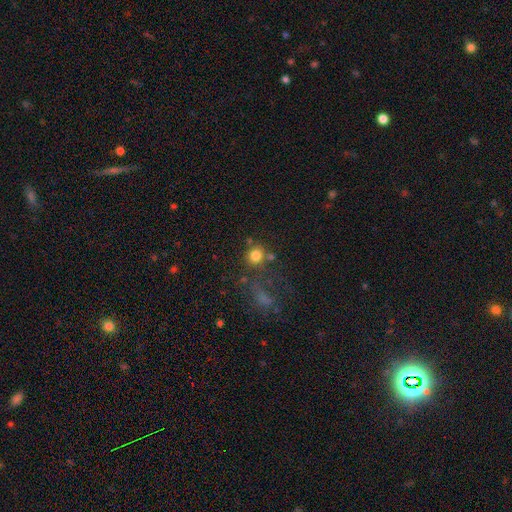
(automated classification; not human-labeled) Smooth or featured?
  - smooth: 79% *
  - star or artifact: 14%
  - featured or disk: 7%
How rounded?
  - round: 88% *
  - in between: 11%
  - cigar-shaped: 1%
Merging?
  - none: 67% *
  - merger: 14%
  - minor disturbance: 11%
  - major disturbance: 7%